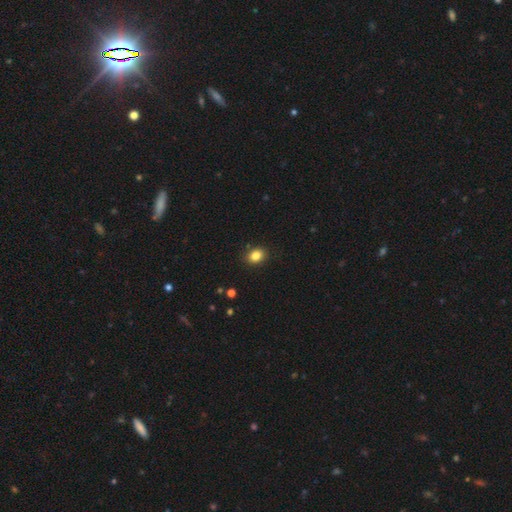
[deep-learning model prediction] Overall: smooth (84%). How rounded: round (53%; in between 47%). Merging: none (87%).